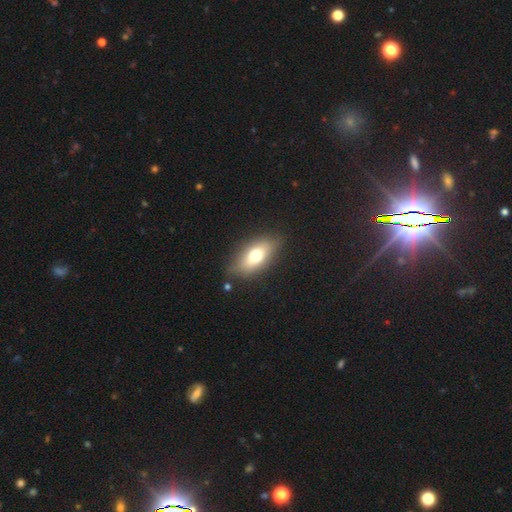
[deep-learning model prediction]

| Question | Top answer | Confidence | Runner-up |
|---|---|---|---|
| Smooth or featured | smooth | 70% | featured or disk (22%) |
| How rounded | in between | 84% | cigar-shaped (11%) |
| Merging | none | 82% | minor disturbance (13%) |